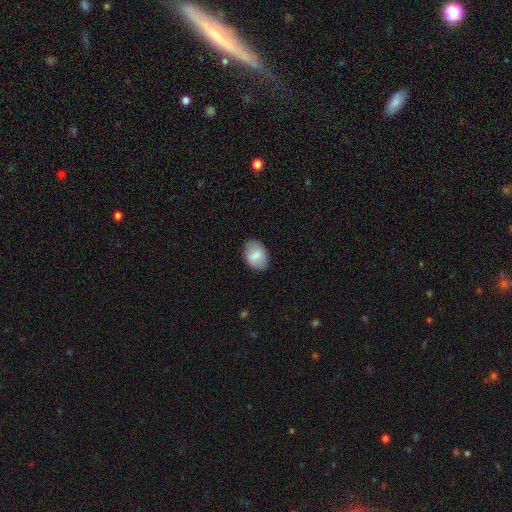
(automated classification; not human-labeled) Smooth or featured?
  - smooth: 78% *
  - featured or disk: 16%
  - star or artifact: 7%
How rounded?
  - in between: 82% *
  - round: 17%
  - cigar-shaped: 1%
Merging?
  - none: 82% *
  - minor disturbance: 14%
  - major disturbance: 3%
  - merger: 1%